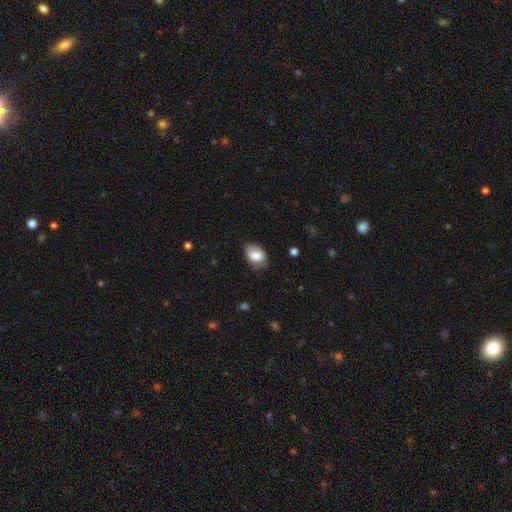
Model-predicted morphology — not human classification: Overall: smooth (79%). How rounded: in between (80%). Merging: none (64%; minor disturbance 29%).